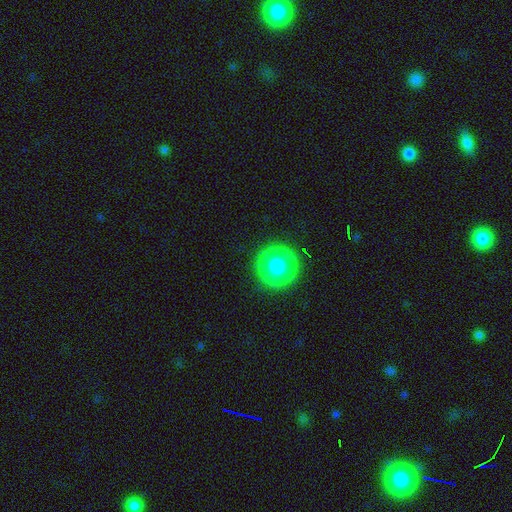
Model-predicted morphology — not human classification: A smooth galaxy with no disk features (48%, tied with star or artifact). Merging: none (92%).